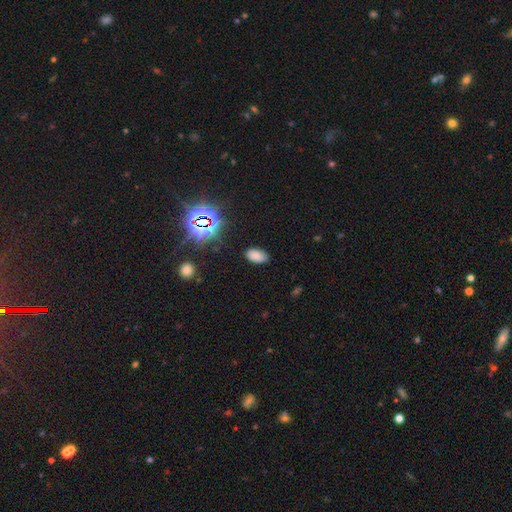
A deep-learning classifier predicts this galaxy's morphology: Smooth or featured: smooth — 74% (star or artifact — 20%)
How rounded: in between — 94% (round — 5%)
Merging: none — 83% (minor disturbance — 13%)